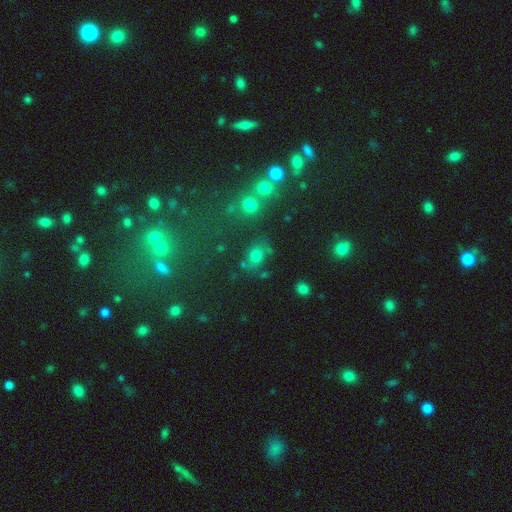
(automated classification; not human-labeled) This is likely a smooth galaxy (66%). How rounded: possibly in between (58%). Merging: likely none (63%).